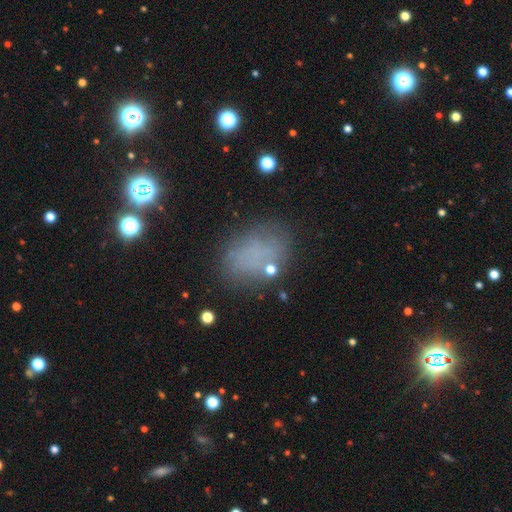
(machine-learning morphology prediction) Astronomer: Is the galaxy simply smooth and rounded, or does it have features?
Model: smooth — 60%.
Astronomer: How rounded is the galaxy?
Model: in between — 72%.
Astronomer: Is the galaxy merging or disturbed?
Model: none — 67%.